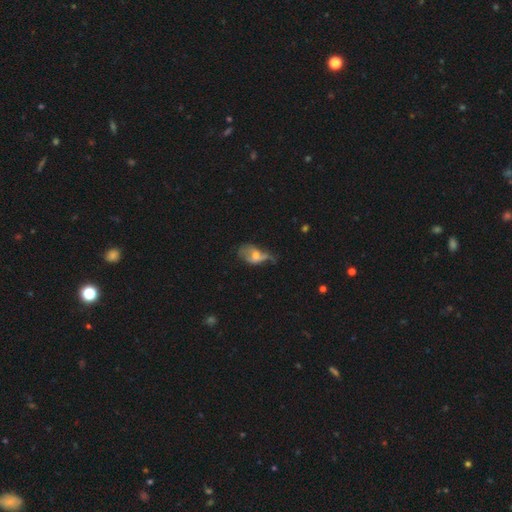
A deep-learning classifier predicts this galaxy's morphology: The model was most divided on "smooth or featured": smooth: 49%, featured or disk: 41%, star or artifact: 11%. Remaining: merging — major disturbance (41%).